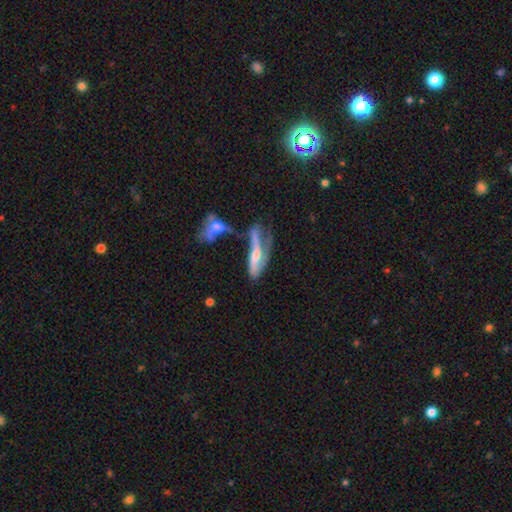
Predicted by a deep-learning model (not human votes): A featured or disk galaxy (60%). Merging: merger (36%).